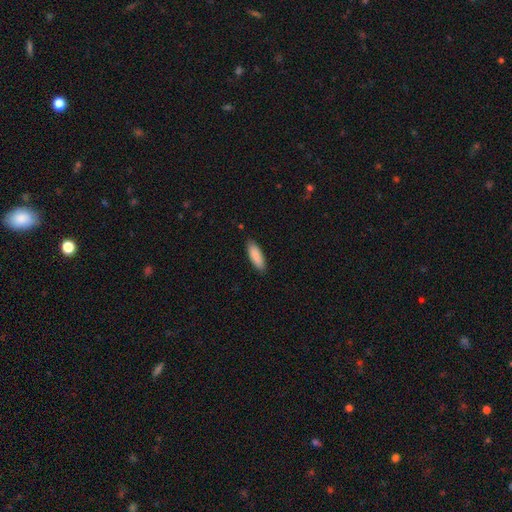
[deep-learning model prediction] Smooth or featured? smooth (89%)
How rounded? in between (55%)
Merging? none (87%)